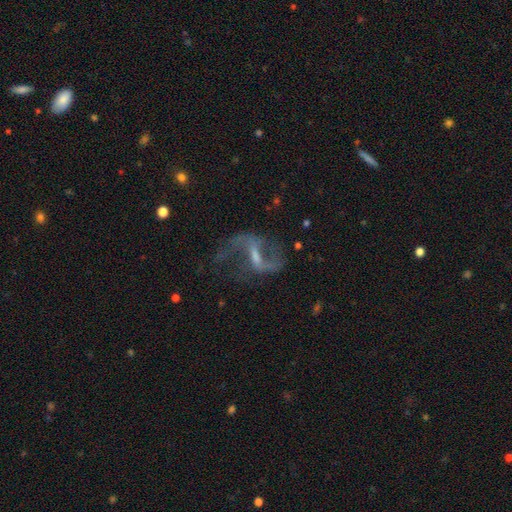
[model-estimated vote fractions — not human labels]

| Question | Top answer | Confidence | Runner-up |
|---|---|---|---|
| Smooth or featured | featured or disk | 86% | star or artifact (7%) |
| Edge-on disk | no | 96% | yes (4%) |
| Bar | weak | 46% | strong (41%) |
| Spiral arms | yes | 93% | no (7%) |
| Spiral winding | loose | 79% | medium (18%) |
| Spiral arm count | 2 | 91% | 1 (3%) |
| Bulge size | small | 42% | moderate (28%) |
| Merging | none | 61% | major disturbance (19%) |